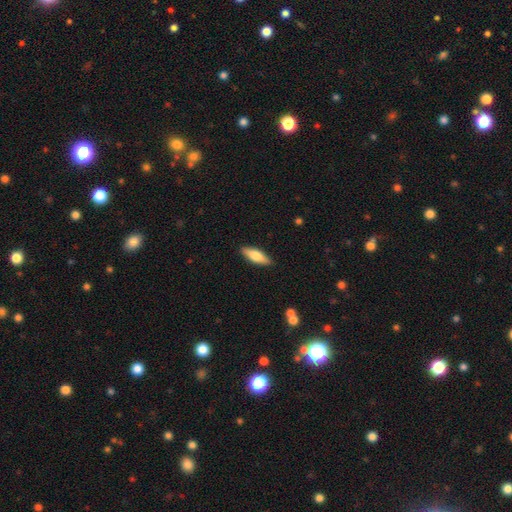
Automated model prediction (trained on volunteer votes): This is likely a smooth galaxy (67%). How rounded: possibly in between (56%). Merging: clearly none (88%).